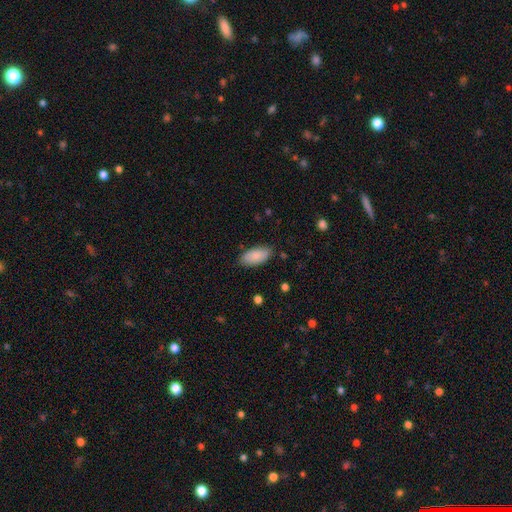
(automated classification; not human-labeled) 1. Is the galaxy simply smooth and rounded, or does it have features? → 85% smooth, 9% featured or disk, 6% star or artifact.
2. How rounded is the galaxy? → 92% in between, 6% cigar-shaped, 2% round.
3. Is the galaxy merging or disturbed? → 85% none, 12% minor disturbance, 2% major disturbance, 1% merger.